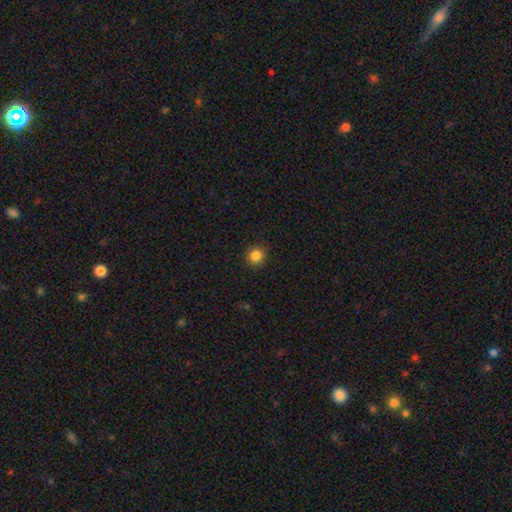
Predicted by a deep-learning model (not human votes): smooth_or_featured: smooth (p=0.85) [alt: star or artifact p=0.11]
how_rounded: round (p=0.92) [alt: in between p=0.07]
merging: none (p=0.92) [alt: minor disturbance p=0.06]